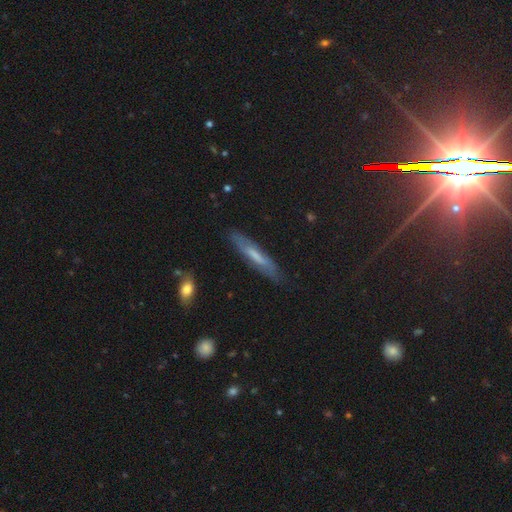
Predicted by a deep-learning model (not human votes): smooth_or_featured: smooth (p=0.47) [alt: featured or disk p=0.44]
merging: none (p=0.80) [alt: minor disturbance p=0.14]